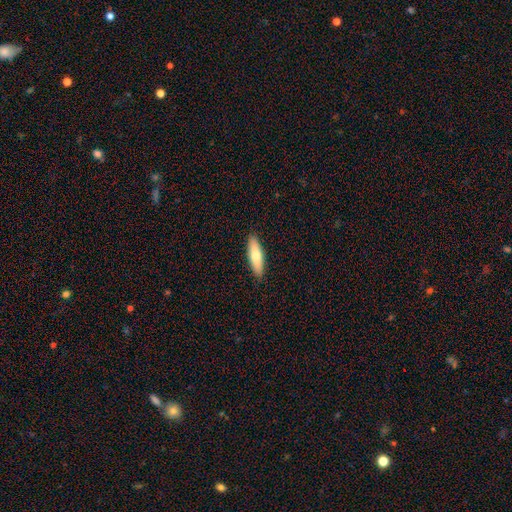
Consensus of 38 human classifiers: This appears to be a smooth galaxy with no disk features (79%) that is cigar-shaped (67%). Merging: none (92%).